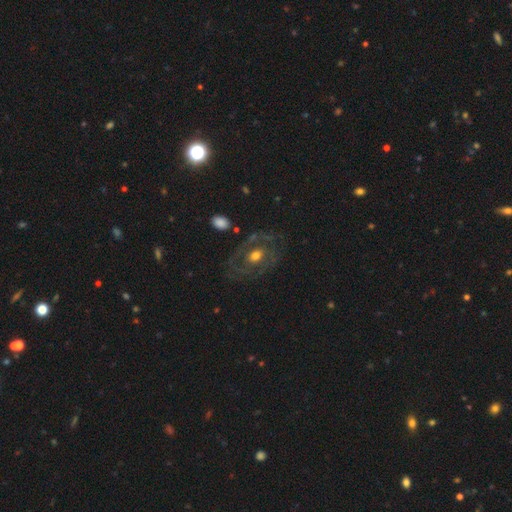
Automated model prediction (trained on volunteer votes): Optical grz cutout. It shows a featured or disk galaxy (65%) with no bar (73%), no spiral arms (52%) and a moderate central bulge (67%). Merging: none (68%).